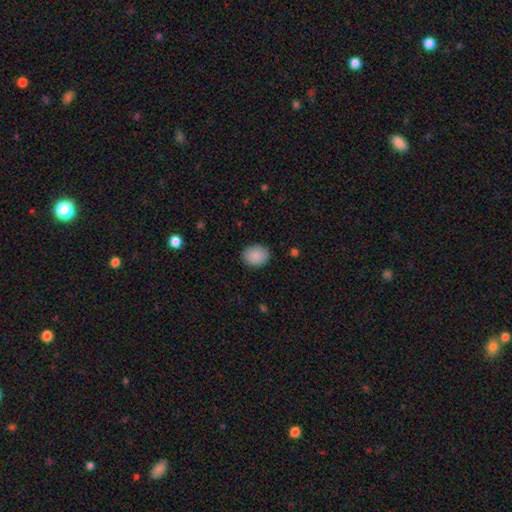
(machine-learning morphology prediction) Q: Smooth or featured?
A: smooth (89%); runner-up: star or artifact (7%)
Q: How rounded?
A: round (52%); runner-up: in between (47%)
Q: Merging?
A: none (88%); runner-up: minor disturbance (9%)